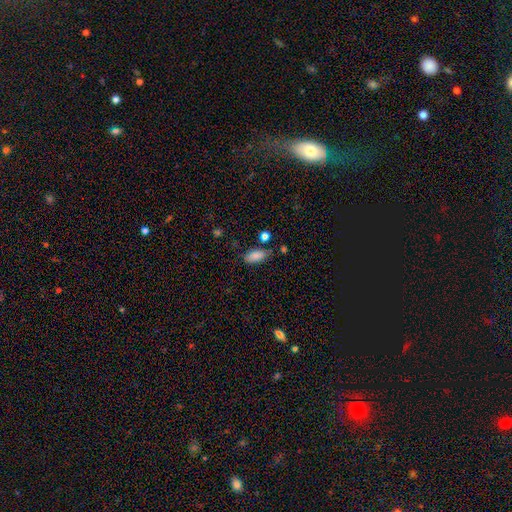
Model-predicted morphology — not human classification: Smooth or featured: smooth — 86% (star or artifact — 8%)
How rounded: in between — 89% (cigar-shaped — 8%)
Merging: none — 72% (minor disturbance — 19%)